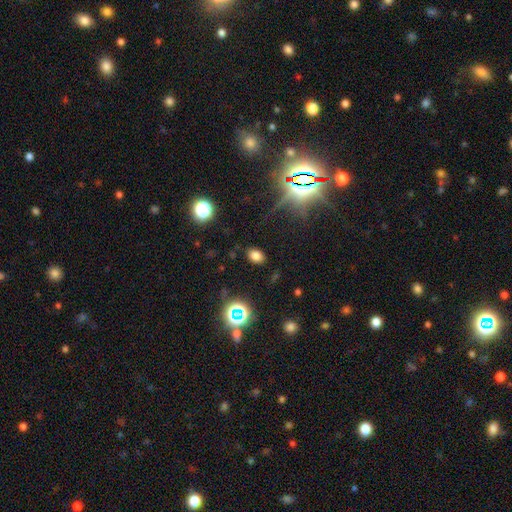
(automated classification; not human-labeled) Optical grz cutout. It shows a smooth galaxy with no disk features (75%) that is in between round and cigar-shaped (77%). Merging: none (86%).